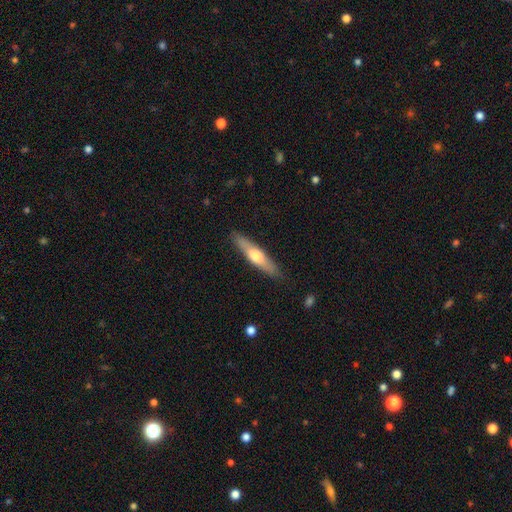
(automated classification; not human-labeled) Smooth or featured? smooth (48%)
Merging? none (87%)